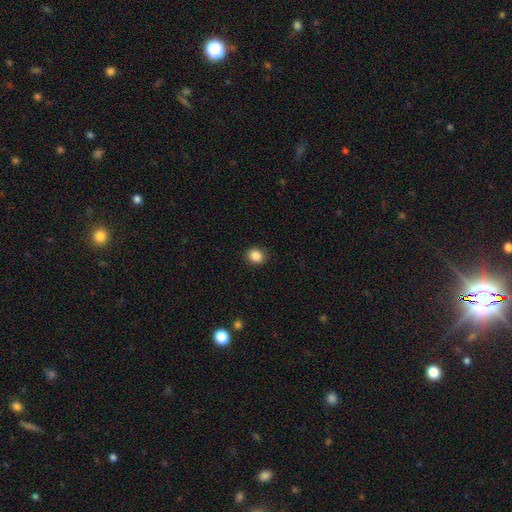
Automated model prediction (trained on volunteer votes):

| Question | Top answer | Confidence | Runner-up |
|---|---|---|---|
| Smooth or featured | smooth | 87% | star or artifact (10%) |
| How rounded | round | 70% | in between (29%) |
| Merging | none | 90% | minor disturbance (7%) |